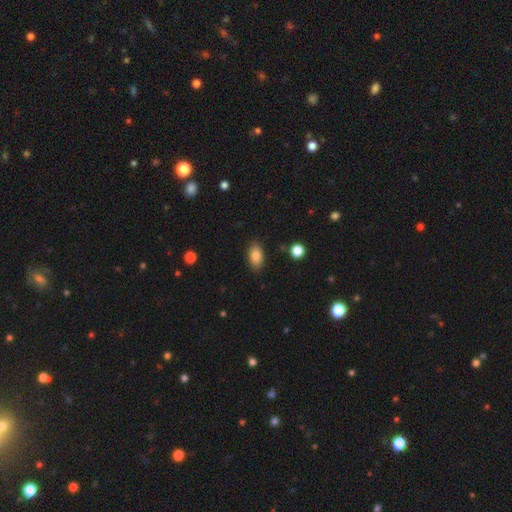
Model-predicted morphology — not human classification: Smooth or featured: smooth — 84% (star or artifact — 8%)
How rounded: in between — 90% (round — 7%)
Merging: none — 86% (minor disturbance — 10%)